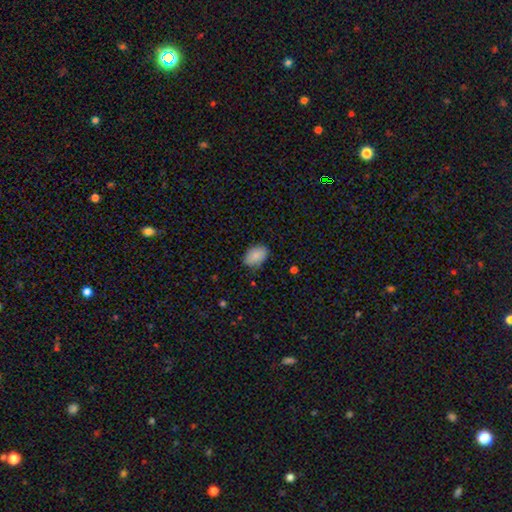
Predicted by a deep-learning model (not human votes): smooth_or_featured: smooth (p=0.87) [alt: star or artifact p=0.07]
how_rounded: in between (p=0.88) [alt: round p=0.10]
merging: none (p=0.79) [alt: minor disturbance p=0.17]